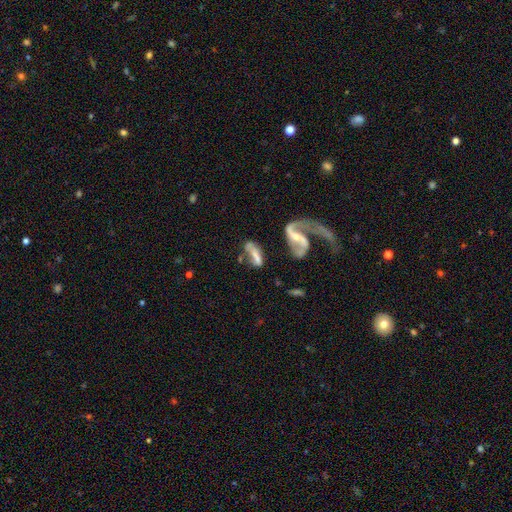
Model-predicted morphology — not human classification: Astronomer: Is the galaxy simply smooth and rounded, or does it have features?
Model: featured or disk — 52% (runner-up: smooth, 39%).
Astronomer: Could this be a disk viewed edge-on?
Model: no — 90%.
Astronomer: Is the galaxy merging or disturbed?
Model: merger — 31% (runner-up: none, 29%).